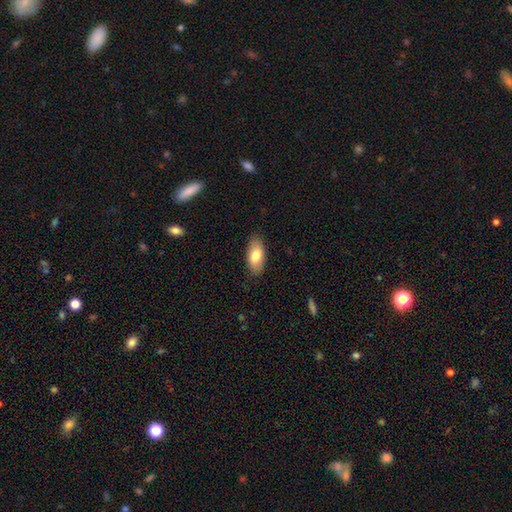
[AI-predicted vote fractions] smooth-or-featured: smooth: 79% | featured or disk: 15% | star or artifact: 6%
  how-rounded: in between: 89% | cigar-shaped: 8% | round: 3%
  merging: none: 86% | minor disturbance: 10% | major disturbance: 2% | merger: 1%